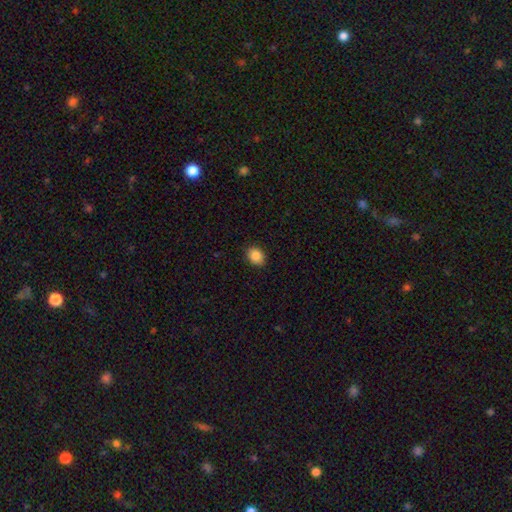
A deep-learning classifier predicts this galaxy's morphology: type=smooth (87%); roundness=in between (56%); merging=none (90%).